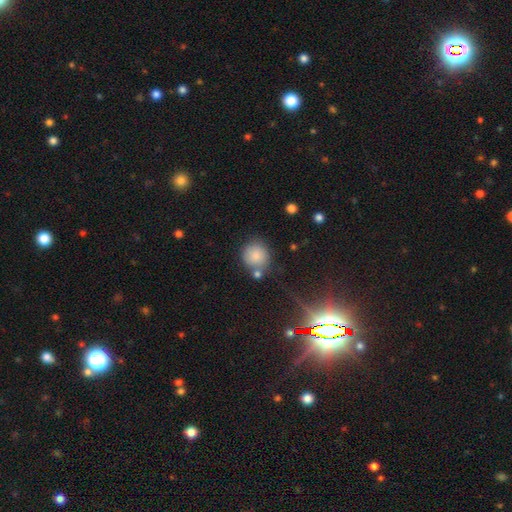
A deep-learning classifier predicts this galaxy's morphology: A smooth galaxy with no disk features (82%) that is round (90%).

Vote fractions:
- Smooth or featured? smooth: 82% / star or artifact: 11% / featured or disk: 7%
- How rounded? round: 90% / in between: 9% / cigar-shaped: 1%
- Merging? none: 69% / merger: 14% / minor disturbance: 13% / major disturbance: 4%